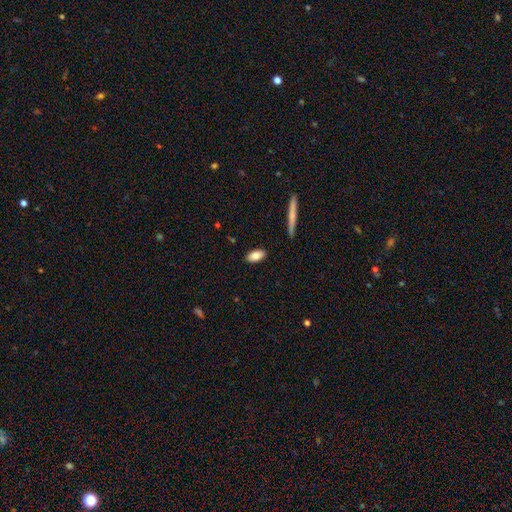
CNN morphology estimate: smooth-or-featured: smooth: 82% | featured or disk: 12% | star or artifact: 7%
  how-rounded: in between: 89% | cigar-shaped: 8% | round: 3%
  merging: none: 89% | minor disturbance: 8% | major disturbance: 2% | merger: 1%